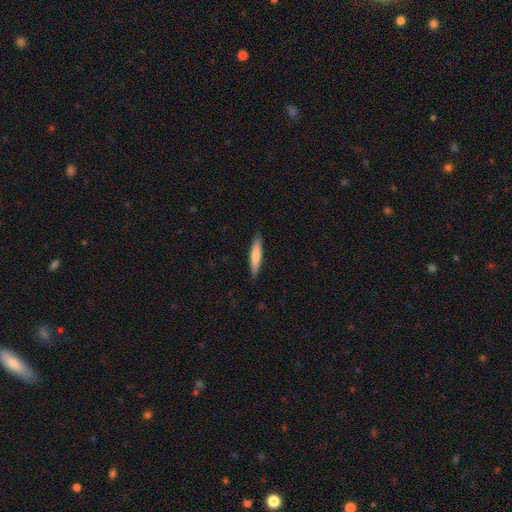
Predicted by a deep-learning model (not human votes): Overall: smooth (72%). How rounded: cigar-shaped (88%). Merging: none (89%).